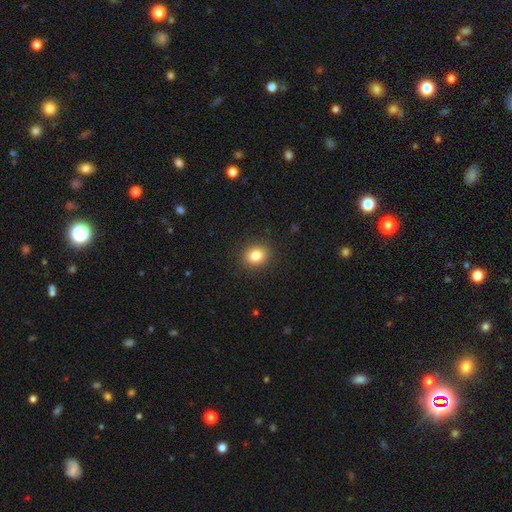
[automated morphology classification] Smooth or featured?
  - smooth: 83% *
  - star or artifact: 11%
  - featured or disk: 7%
How rounded?
  - round: 70% *
  - in between: 30%
  - cigar-shaped: 1%
Merging?
  - none: 90% *
  - minor disturbance: 7%
  - major disturbance: 2%
  - merger: 1%